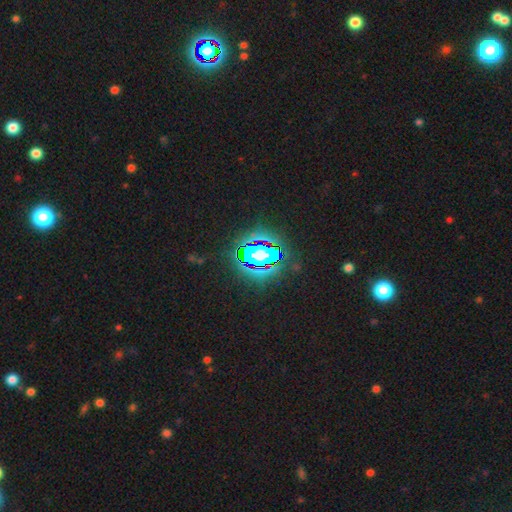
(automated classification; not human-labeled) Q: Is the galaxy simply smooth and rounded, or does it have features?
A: star or artifact — 84%.